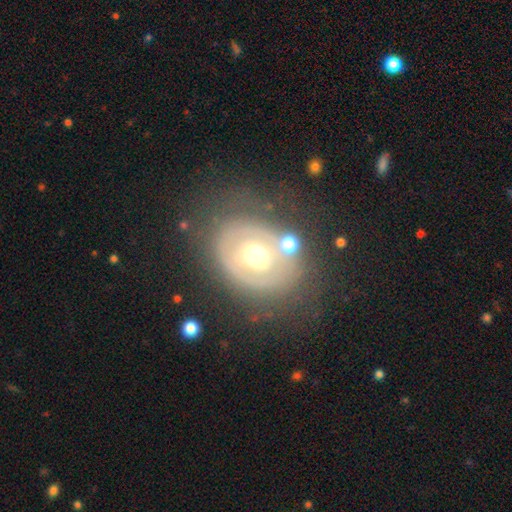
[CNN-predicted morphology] This is likely a featured or disk galaxy (63%). It is clearly not viewed edge-on (94%). Bar: likely no (73%). Spiral arm pattern: likely no (77%). Central bulge: likely moderate (66%). Merging: likely none (67%).